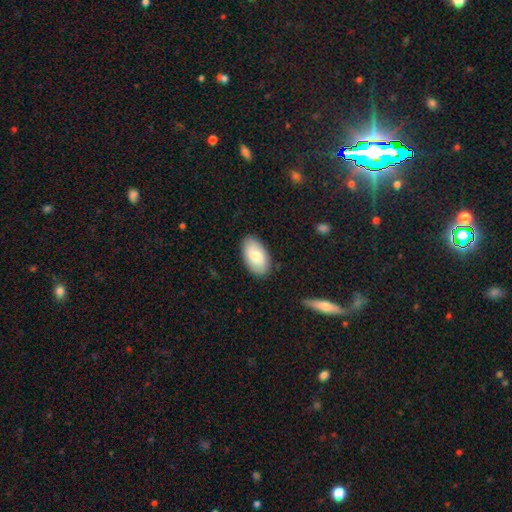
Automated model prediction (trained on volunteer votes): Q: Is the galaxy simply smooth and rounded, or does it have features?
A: smooth — 74%.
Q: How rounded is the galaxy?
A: in between — 95%.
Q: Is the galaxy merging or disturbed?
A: none — 87%.